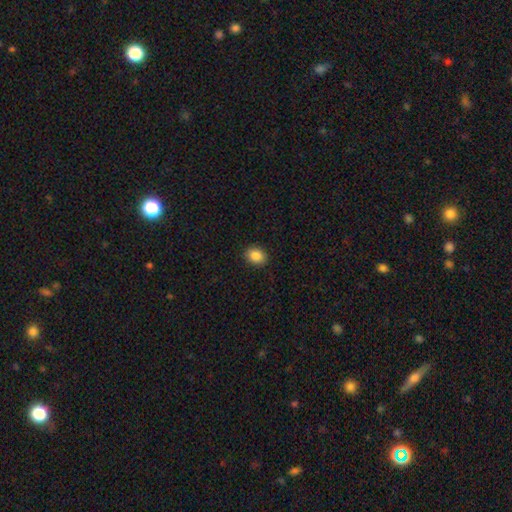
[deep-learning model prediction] Q: Smooth or featured?
A: smooth (86%); runner-up: star or artifact (9%)
Q: How rounded?
A: in between (52%); runner-up: round (47%)
Q: Merging?
A: none (91%); runner-up: minor disturbance (7%)